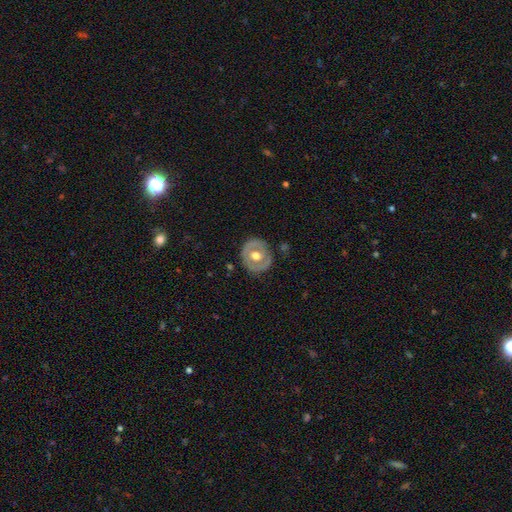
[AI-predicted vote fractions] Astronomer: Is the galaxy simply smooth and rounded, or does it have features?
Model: featured or disk — 56% (runner-up: smooth, 39%).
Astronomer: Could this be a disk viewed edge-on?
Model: no — 94%.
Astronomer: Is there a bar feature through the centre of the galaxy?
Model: no — 76%.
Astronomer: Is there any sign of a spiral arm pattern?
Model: no — 78%.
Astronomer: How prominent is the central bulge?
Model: moderate — 71%.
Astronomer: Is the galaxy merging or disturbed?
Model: none — 81%.